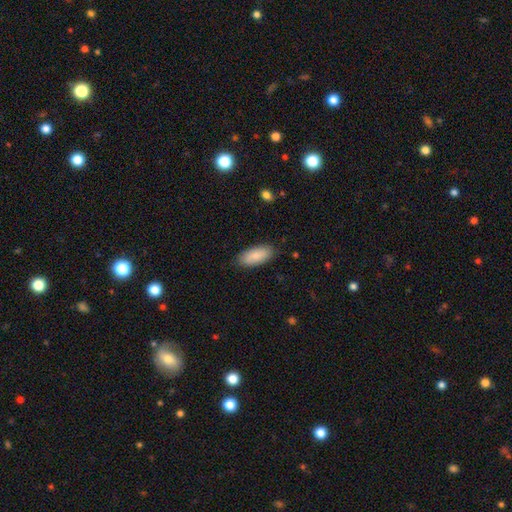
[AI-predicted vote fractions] Smooth or featured? Predicted: smooth (p=0.83). How rounded? Predicted: in between (p=0.89). Merging? Predicted: none (p=0.85).